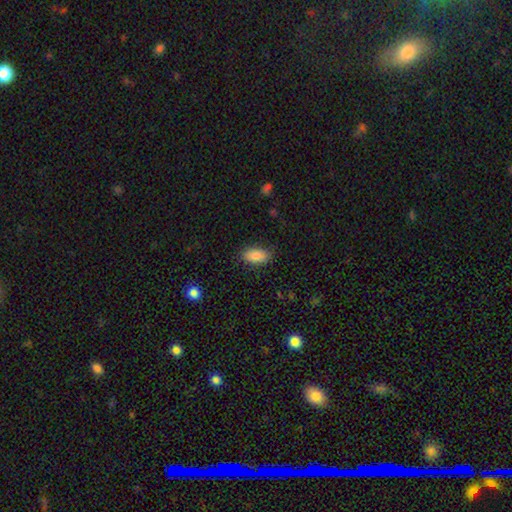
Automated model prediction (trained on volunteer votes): A smooth galaxy with no disk features (86%) that is in between round and cigar-shaped (91%).

Vote fractions:
- Smooth or featured? smooth: 86% / star or artifact: 7% / featured or disk: 6%
- How rounded? in between: 91% / cigar-shaped: 5% / round: 4%
- Merging? none: 83% / minor disturbance: 13% / major disturbance: 3% / merger: 1%